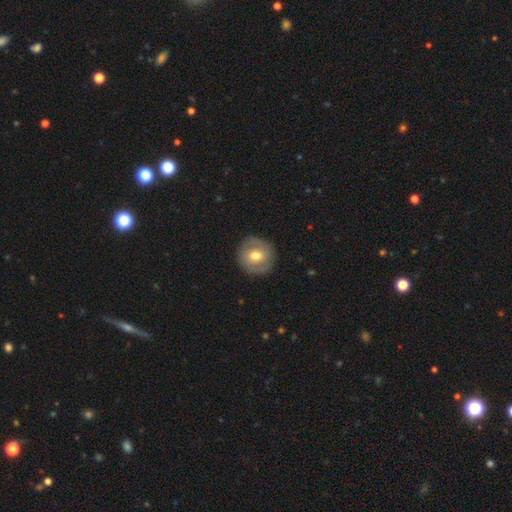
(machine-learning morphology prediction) Q: Smooth or featured?
A: smooth (52%); runner-up: featured or disk (42%)
Q: How rounded?
A: round (91%); runner-up: in between (8%)
Q: Merging?
A: none (86%); runner-up: minor disturbance (10%)